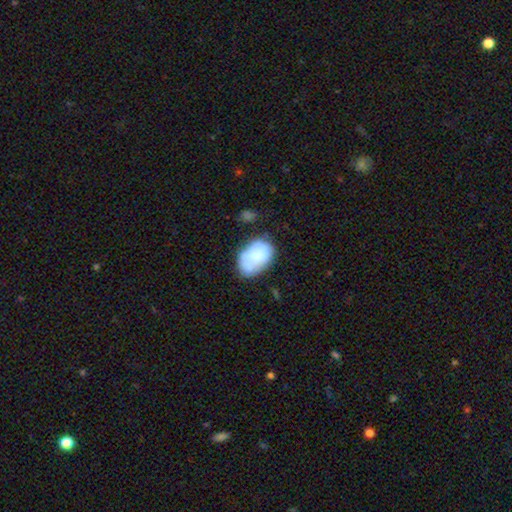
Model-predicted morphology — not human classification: Smooth or featured? Predicted: smooth (p=0.68). How rounded? Predicted: in between (p=0.87). Merging? Predicted: none (p=0.47).